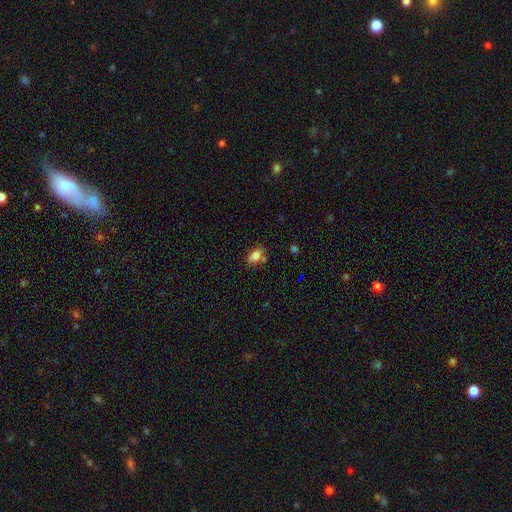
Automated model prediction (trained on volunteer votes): Morphology: type=smooth (78%); roundness=in between (76%); merging=none (61%).